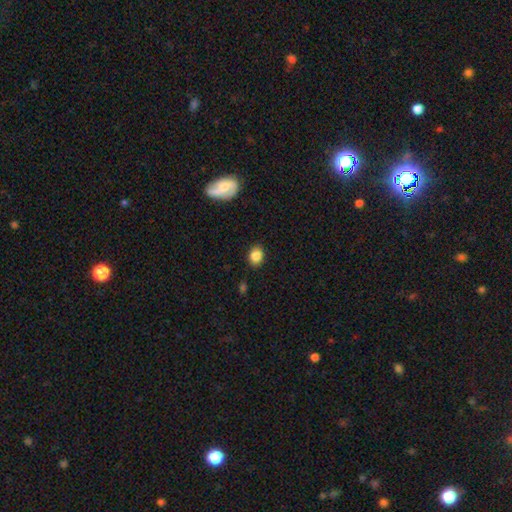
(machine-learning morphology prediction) Q: Smooth or featured?
A: smooth (85%); runner-up: star or artifact (10%)
Q: How rounded?
A: round (52%); runner-up: in between (47%)
Q: Merging?
A: none (87%); runner-up: minor disturbance (9%)